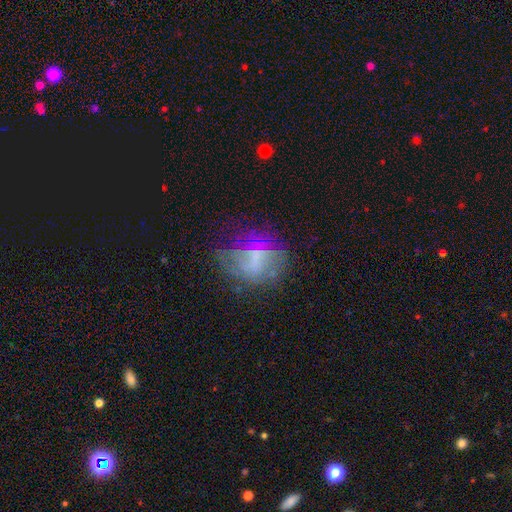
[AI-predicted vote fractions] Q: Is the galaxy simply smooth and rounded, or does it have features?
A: featured or disk — 50%.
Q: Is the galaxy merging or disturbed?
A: none — 55%.